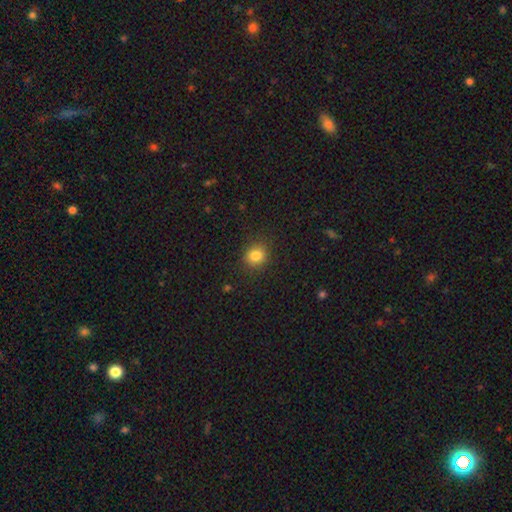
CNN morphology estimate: A smooth galaxy with no disk features (83%) that is round (75%). Merging: none (88%).